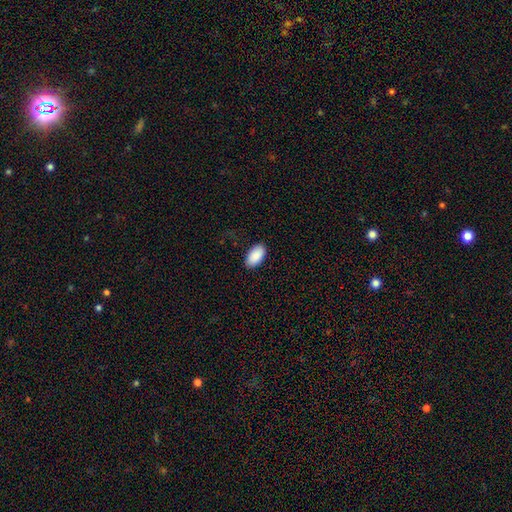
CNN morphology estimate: Smooth or featured? smooth (91%)
How rounded? in between (96%)
Merging? none (88%)